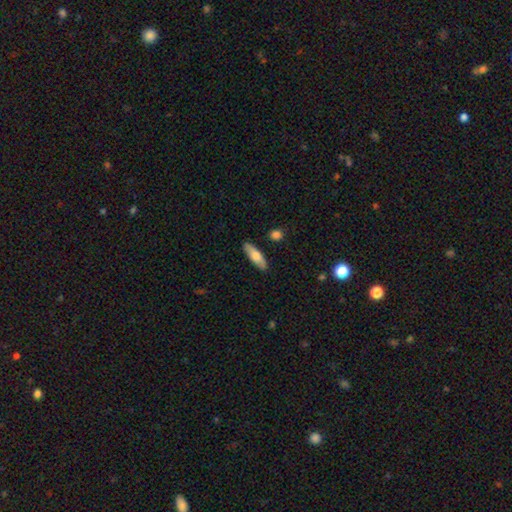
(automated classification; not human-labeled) Smooth or featured?
  - smooth: 71% *
  - featured or disk: 24%
  - star or artifact: 6%
How rounded?
  - in between: 52% *
  - cigar-shaped: 46%
  - round: 2%
Merging?
  - none: 85% *
  - minor disturbance: 11%
  - major disturbance: 2%
  - merger: 2%